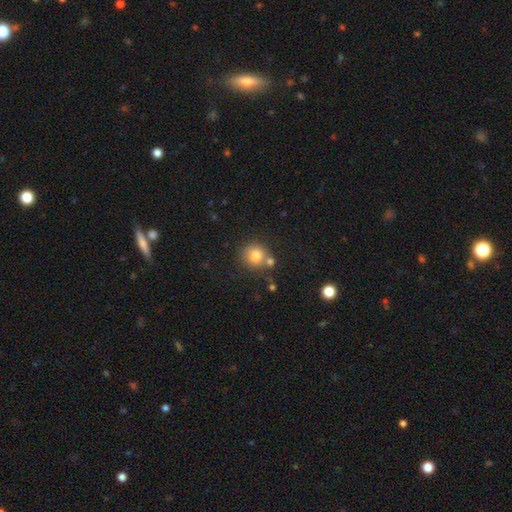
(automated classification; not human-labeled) The model was most divided on "merging": none: 66%, merger: 18%, minor disturbance: 12%, major disturbance: 4%. More confident: how rounded — round (89%); smooth or featured — smooth (79%).